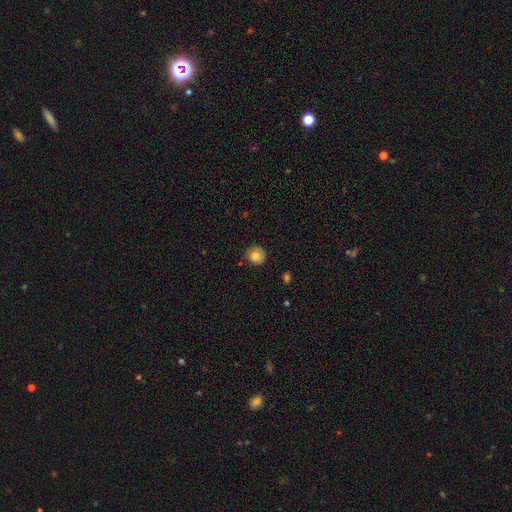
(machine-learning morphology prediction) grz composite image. It shows a smooth galaxy with no disk features (81%) that is round (90%). Merging: none (84%).